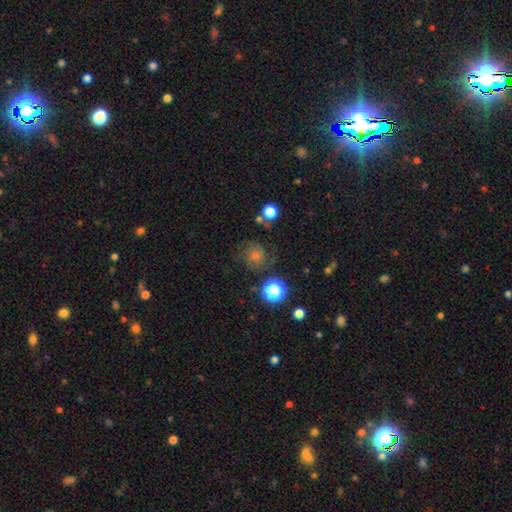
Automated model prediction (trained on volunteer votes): The model was most divided on "smooth or featured": featured or disk: 43%, smooth: 33%, star or artifact: 24%. More confident: merging — none (71%).